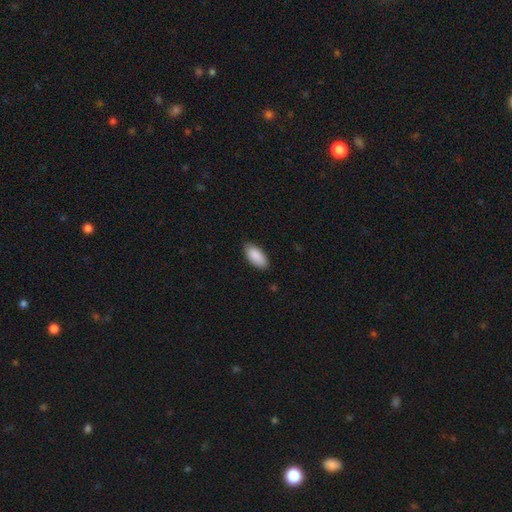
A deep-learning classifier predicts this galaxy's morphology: The model was most divided on "merging": none: 84%, minor disturbance: 13%, major disturbance: 2%, merger: 1%. More confident: how rounded — in between (92%); smooth or featured — smooth (90%).